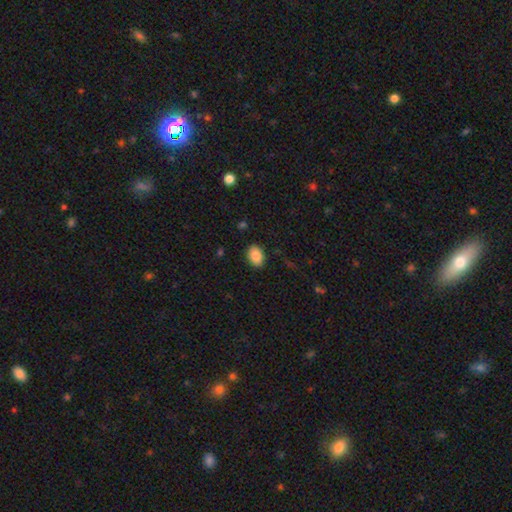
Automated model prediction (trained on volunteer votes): Smooth or featured? smooth (89%)
How rounded? in between (83%)
Merging? none (87%)